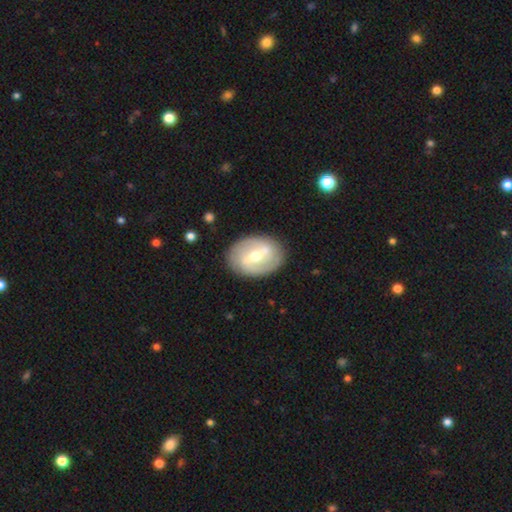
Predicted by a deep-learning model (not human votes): Smooth or featured? featured or disk (73%)
Edge-on disk? no (94%)
Bar? strong (53%)
Spiral arms? yes (61%)
Bulge size? moderate (67%)
Merging? none (84%)